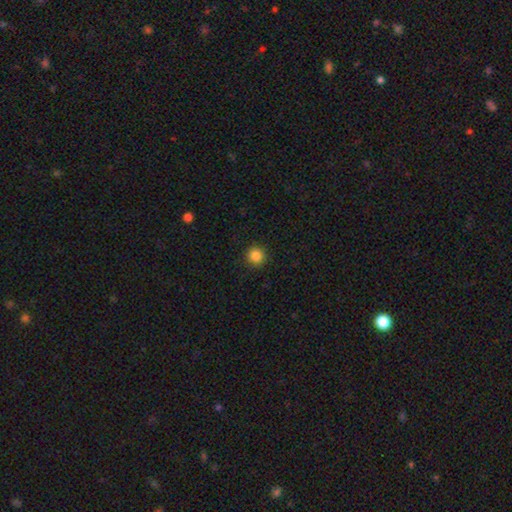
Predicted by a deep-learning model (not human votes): Morphology: type=smooth (85%); roundness=round (94%); merging=none (92%).